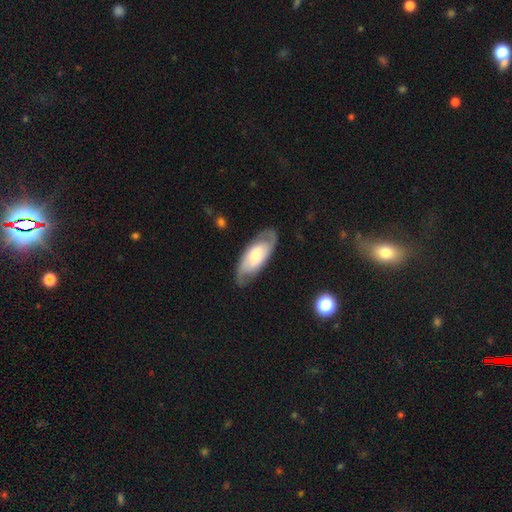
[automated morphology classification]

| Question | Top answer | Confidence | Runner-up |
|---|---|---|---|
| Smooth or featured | featured or disk | 64% | smooth (31%) |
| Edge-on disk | no | 90% | yes (10%) |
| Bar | no | 57% | weak (31%) |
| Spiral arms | yes | 83% | no (17%) |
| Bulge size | moderate | 44% | small (29%) |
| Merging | none | 78% | minor disturbance (15%) |